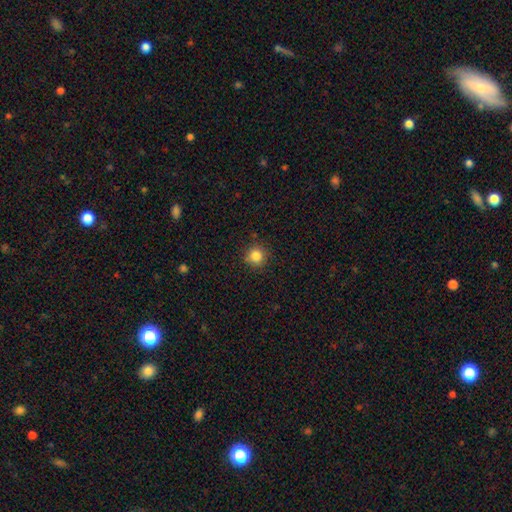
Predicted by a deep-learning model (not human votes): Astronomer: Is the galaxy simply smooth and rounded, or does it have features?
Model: smooth — 84%.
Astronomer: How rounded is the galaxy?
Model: round — 92%.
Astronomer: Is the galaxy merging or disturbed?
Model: none — 87%.